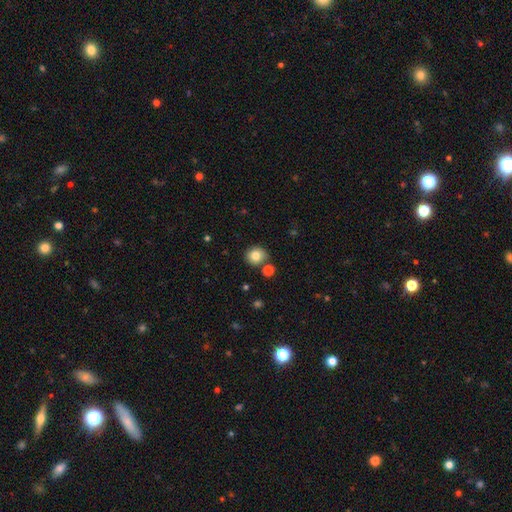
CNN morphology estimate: Smooth or featured? smooth (80%)
How rounded? round (87%)
Merging? none (78%)